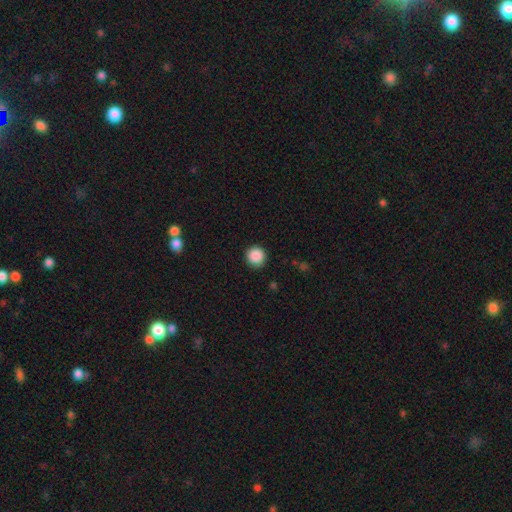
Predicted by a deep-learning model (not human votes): This is clearly a smooth galaxy (88%). How rounded: clearly round (94%). Merging: clearly none (91%).